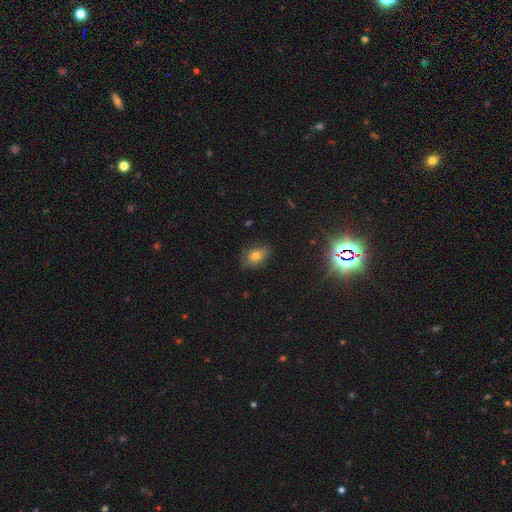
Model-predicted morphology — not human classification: A smooth galaxy with no disk features (69%) that is in between round and cigar-shaped (75%).

Vote fractions:
- Smooth or featured? smooth: 69% / featured or disk: 16% / star or artifact: 15%
- How rounded? in between: 75% / round: 23% / cigar-shaped: 2%
- Merging? none: 73% / minor disturbance: 21% / major disturbance: 5% / merger: 1%